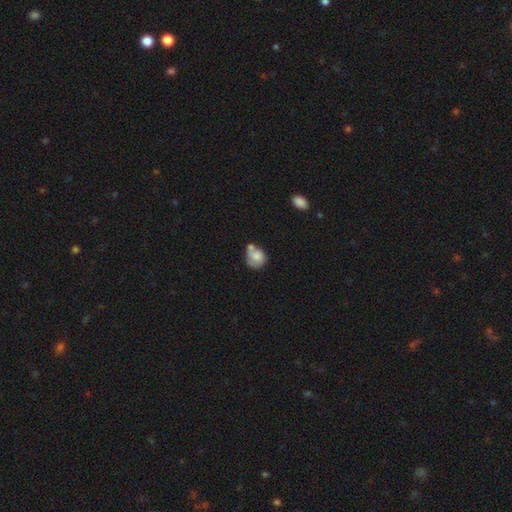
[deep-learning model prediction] Smooth or featured?
  - smooth: 65% *
  - featured or disk: 27%
  - star or artifact: 8%
How rounded?
  - round: 60% *
  - in between: 39%
  - cigar-shaped: 1%
Merging?
  - merger: 32% *
  - none: 31%
  - minor disturbance: 23%
  - major disturbance: 14%